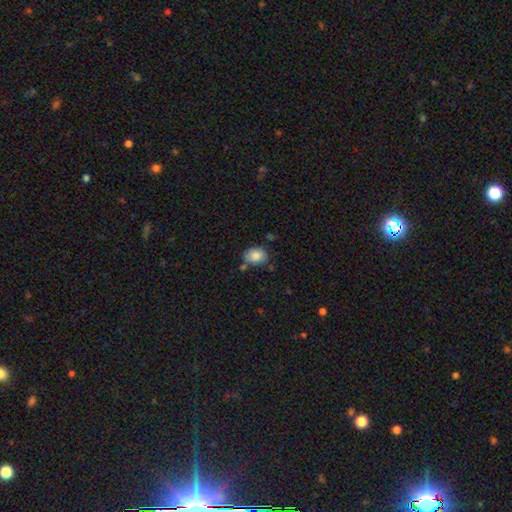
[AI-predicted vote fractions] smooth 85%, star or artifact 8%, featured or disk 7%. Down the decision tree: how rounded — in between (65%); merging — none (67%).